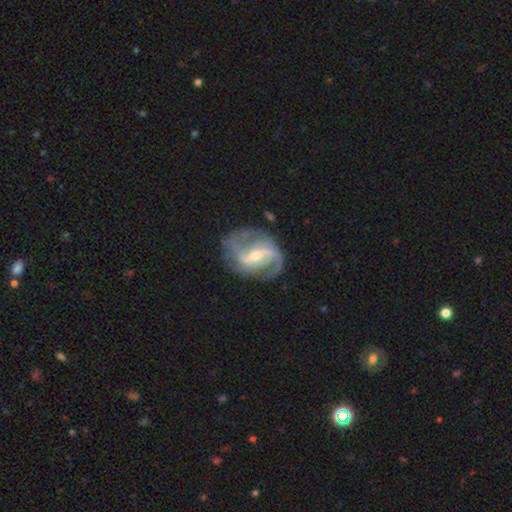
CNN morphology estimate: Smooth or featured?
  - featured or disk: 91% *
  - star or artifact: 5%
  - smooth: 4%
Edge-on disk?
  - no: 98% *
  - yes: 2%
Bar?
  - strong: 48% *
  - weak: 40%
  - no: 12%
Spiral arms?
  - yes: 97% *
  - no: 3%
Spiral winding?
  - medium: 53% *
  - tight: 24%
  - loose: 23%
Spiral arm count?
  - 2: 68% *
  - 3: 16%
  - can't tell: 7%
  - 1: 3%
  - 4: 3%
  - more than 4: 3%
Bulge size?
  - moderate: 49% *
  - small: 47%
  - large: 2%
  - none: 1%
  - dominant: 1%
Merging?
  - none: 68% *
  - minor disturbance: 19%
  - major disturbance: 11%
  - merger: 2%